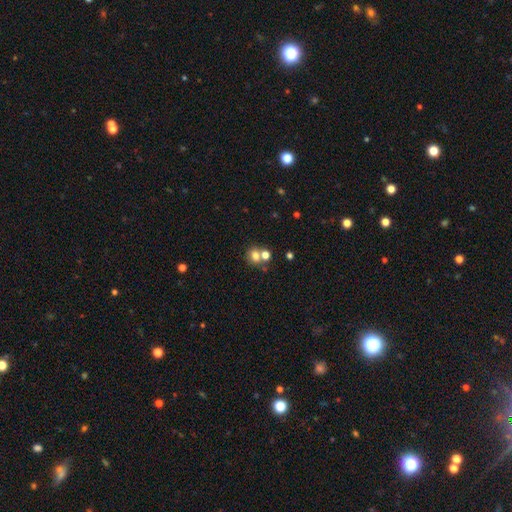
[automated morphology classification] Q: Smooth or featured?
A: smooth (73%); runner-up: star or artifact (14%)
Q: How rounded?
A: round (71%); runner-up: in between (28%)
Q: Merging?
A: none (48%); runner-up: merger (40%)